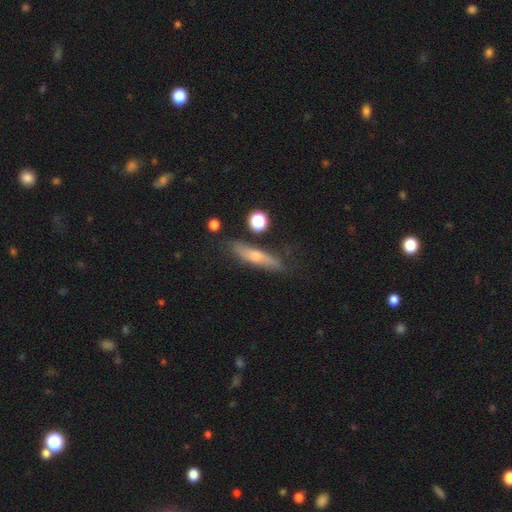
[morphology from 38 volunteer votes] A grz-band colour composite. It shows a featured or disk galaxy (55%) viewed edge-on (95%) with a rounded central bulge (90%). Merging: none (76%).